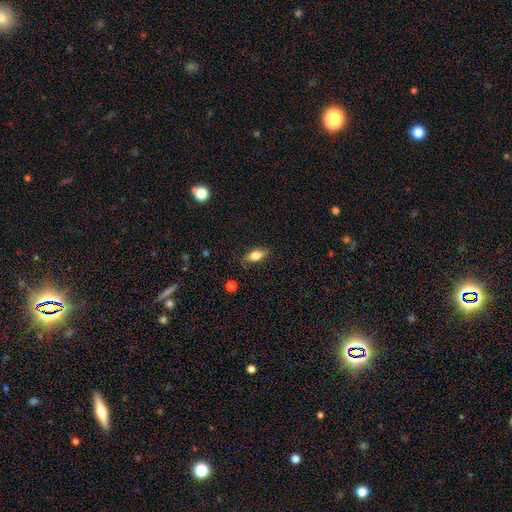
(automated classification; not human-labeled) Smooth or featured? Predicted: smooth (p=0.62). How rounded? Predicted: in between (p=0.73). Merging? Predicted: none (p=0.81).